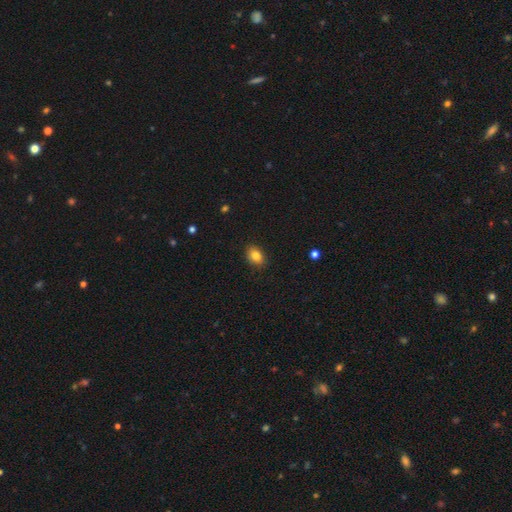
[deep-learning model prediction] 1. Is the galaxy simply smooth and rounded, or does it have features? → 84% smooth, 9% star or artifact, 7% featured or disk.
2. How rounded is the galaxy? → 74% in between, 24% round, 1% cigar-shaped.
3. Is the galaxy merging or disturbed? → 87% none, 10% minor disturbance, 2% major disturbance, 1% merger.